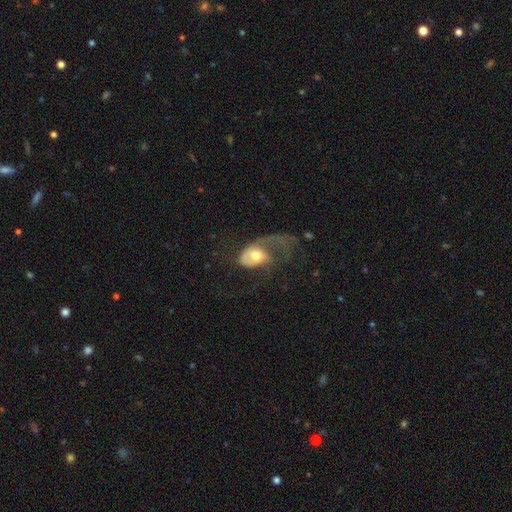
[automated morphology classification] smooth_or_featured: featured or disk (p=0.51) [alt: smooth p=0.42]
disk_edge_on: no (p=0.95) [alt: yes p=0.05]
merging: major disturbance (p=0.66) [alt: none p=0.16]